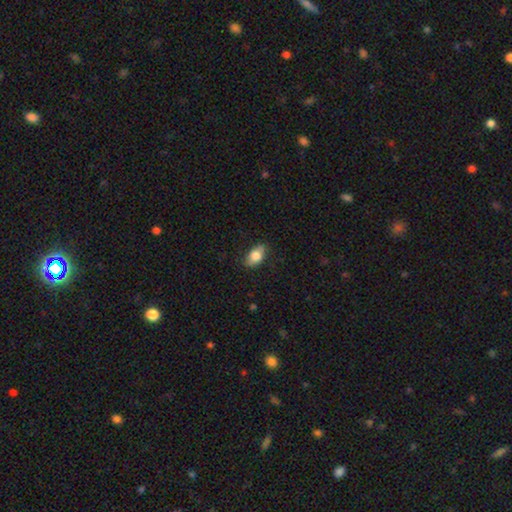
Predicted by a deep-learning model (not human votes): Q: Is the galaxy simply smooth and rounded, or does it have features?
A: smooth — 77%.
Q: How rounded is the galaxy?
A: in between — 88%.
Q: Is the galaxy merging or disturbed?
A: none — 79%.